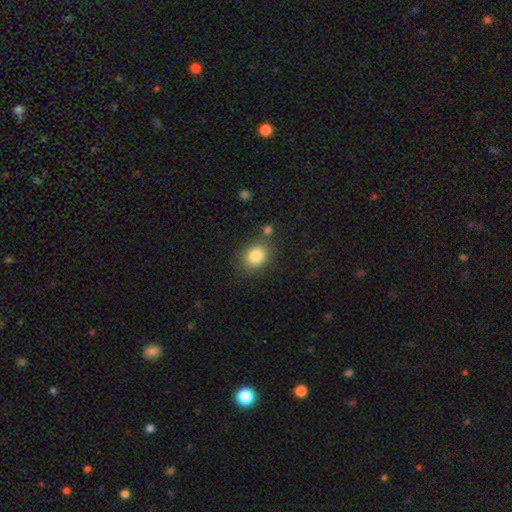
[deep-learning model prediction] Smooth or featured: smooth — 83% (star or artifact — 9%)
How rounded: round — 52% (in between — 47%)
Merging: none — 75% (minor disturbance — 13%)